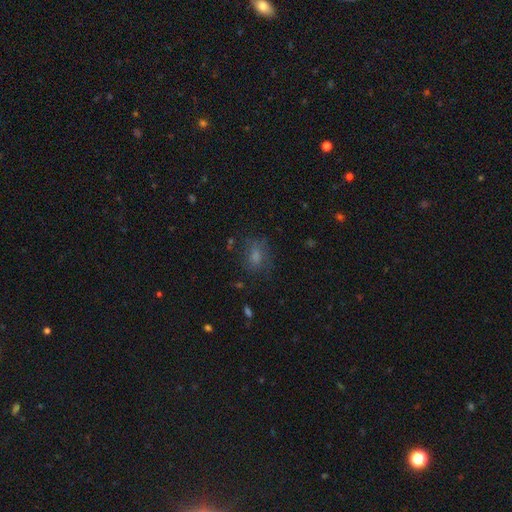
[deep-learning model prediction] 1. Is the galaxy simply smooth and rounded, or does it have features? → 65% smooth, 18% featured or disk, 17% star or artifact.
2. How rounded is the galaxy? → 66% in between, 31% round, 3% cigar-shaped.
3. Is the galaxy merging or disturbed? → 62% none, 21% minor disturbance, 15% major disturbance, 2% merger.